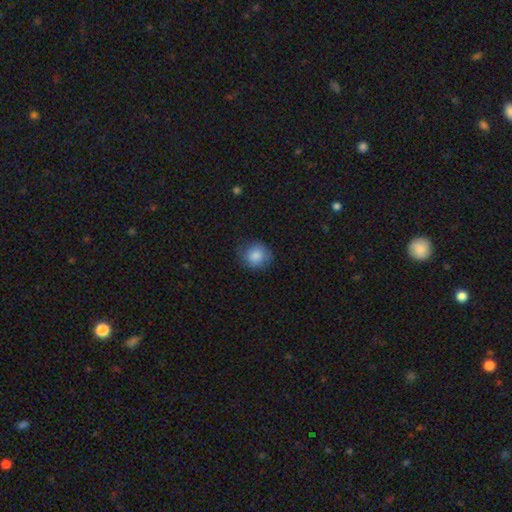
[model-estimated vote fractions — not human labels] A smooth galaxy with no disk features (86%) that is round (81%). Merging: none (74%).